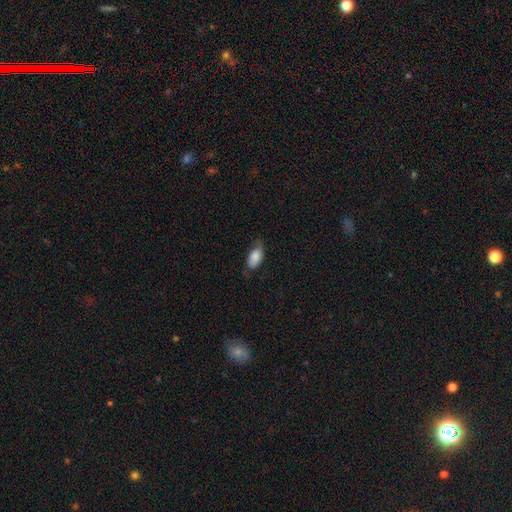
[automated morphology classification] Overall: smooth (84%). How rounded: in between (93%). Merging: none (59%; minor disturbance 32%).